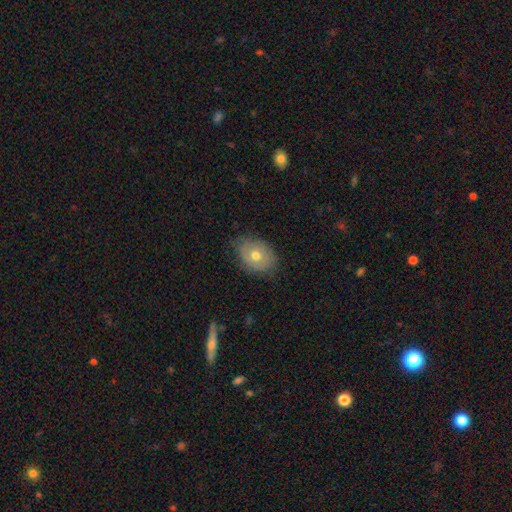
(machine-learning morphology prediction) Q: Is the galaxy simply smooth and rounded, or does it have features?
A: smooth — 59%.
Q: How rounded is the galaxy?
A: in between — 66%.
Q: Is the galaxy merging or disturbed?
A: none — 72%.